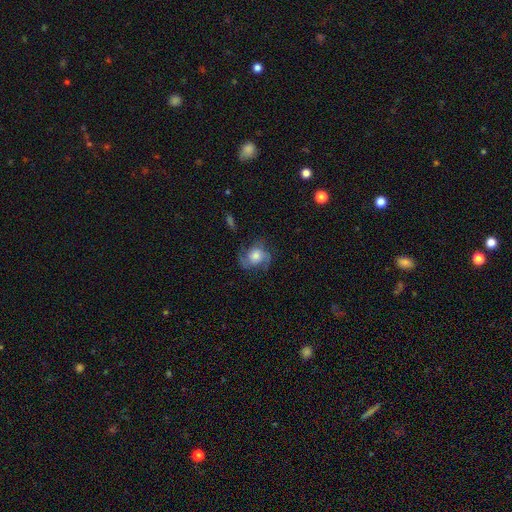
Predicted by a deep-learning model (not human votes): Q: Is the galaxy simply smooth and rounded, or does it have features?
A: featured or disk — 66%.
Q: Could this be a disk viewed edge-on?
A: no — 97%.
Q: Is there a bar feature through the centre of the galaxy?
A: no — 74%.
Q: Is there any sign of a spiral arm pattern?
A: yes — 91%.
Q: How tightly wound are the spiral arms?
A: medium — 48%.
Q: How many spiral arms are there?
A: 2 — 66%.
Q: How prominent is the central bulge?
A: moderate — 46%.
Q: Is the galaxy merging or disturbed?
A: none — 63%.